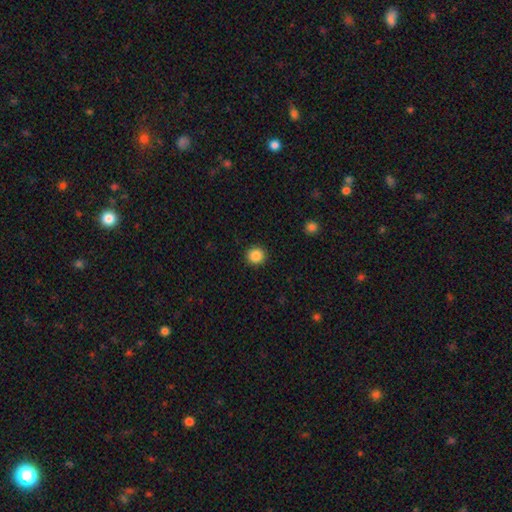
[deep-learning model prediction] smooth 87%, star or artifact 10%, featured or disk 3%. Down the decision tree: how rounded — round (93%); merging — none (92%).